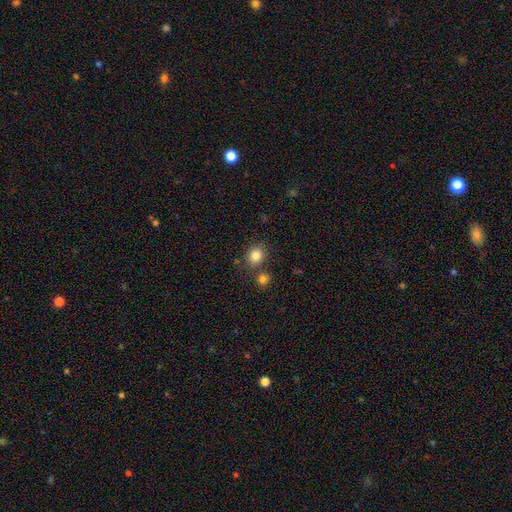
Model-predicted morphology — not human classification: Smooth or featured? Predicted: smooth (p=0.83). How rounded? Predicted: round (p=0.72). Merging? Predicted: none (p=0.74).